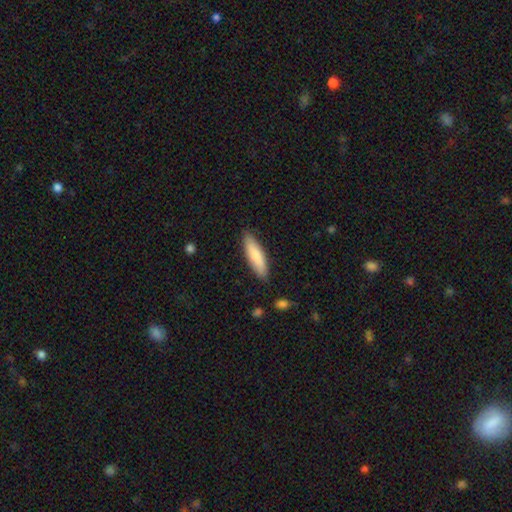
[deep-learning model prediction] This appears to be a smooth galaxy with no disk features (80%) that is cigar-shaped (64%). Merging: none (87%).